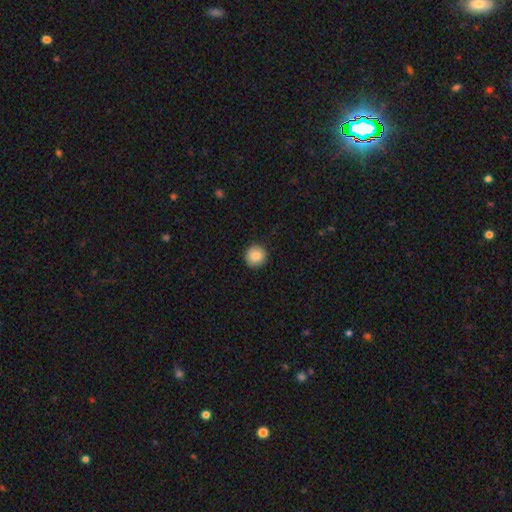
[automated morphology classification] This appears to be a smooth galaxy with no disk features (87%) that is round (95%). Merging: none (91%).